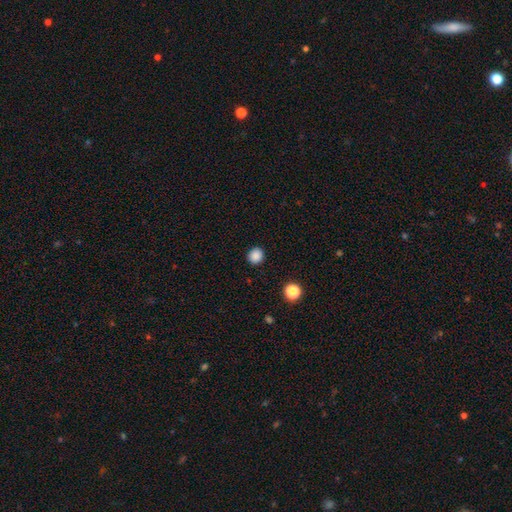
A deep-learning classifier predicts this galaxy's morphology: A smooth galaxy with no disk features (86%) that is round (90%). Merging: none (91%).